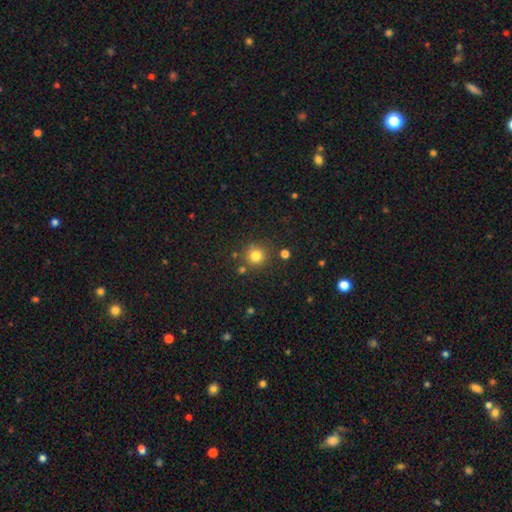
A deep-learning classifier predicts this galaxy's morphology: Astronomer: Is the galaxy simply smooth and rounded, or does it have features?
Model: smooth — 80%.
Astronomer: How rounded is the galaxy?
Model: round — 93%.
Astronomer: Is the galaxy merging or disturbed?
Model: none — 82%.